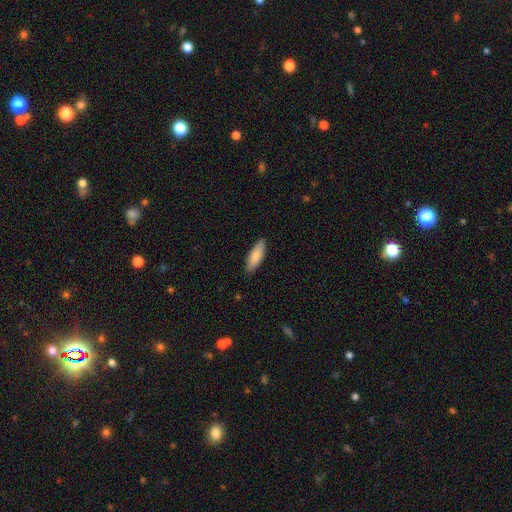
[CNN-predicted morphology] type=smooth (81%); roundness=in between (58%); merging=none (87%).